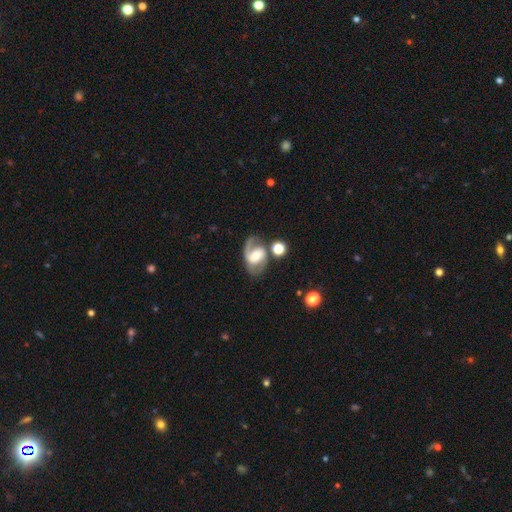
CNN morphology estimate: The model was most divided on "bar": weak: 45%, no: 33%, strong: 22%. More confident: edge-on disk — no (97%); spiral arms — yes (92%); smooth or featured — featured or disk (78%); spiral arm count — 2 (75%); merging — none (60%); bulge size — moderate (55%); spiral winding — medium (51%).